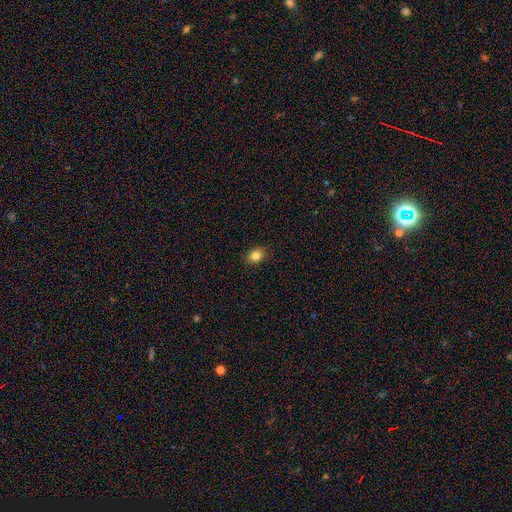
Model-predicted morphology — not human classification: Overall: smooth (84%). How rounded: in between (55%; round 44%). Merging: none (89%).